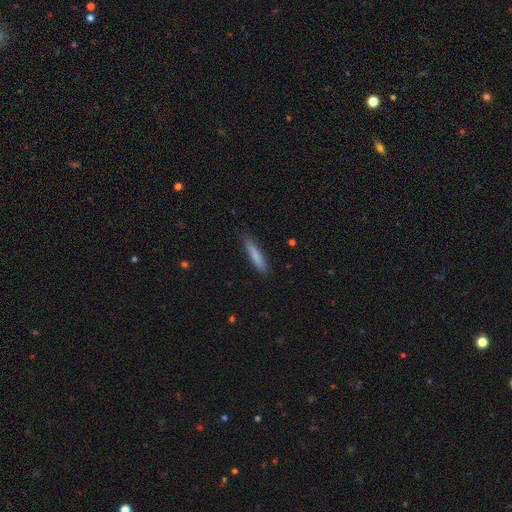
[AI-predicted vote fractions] A smooth galaxy with no disk features (79%) that is cigar-shaped (89%).

Vote fractions:
- Smooth or featured? smooth: 79% / featured or disk: 15% / star or artifact: 6%
- How rounded? cigar-shaped: 89% / in between: 9% / round: 1%
- Merging? none: 83% / minor disturbance: 13% / major disturbance: 2% / merger: 1%